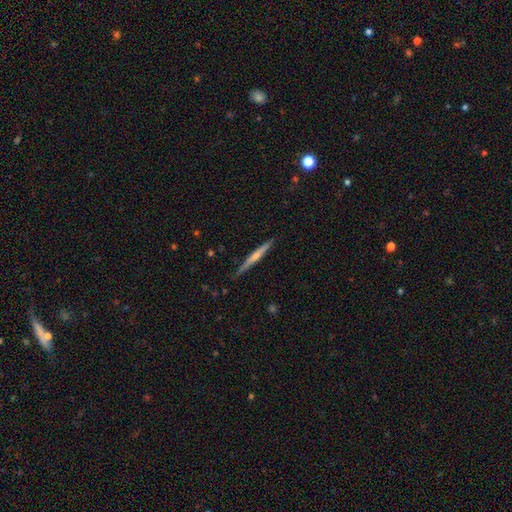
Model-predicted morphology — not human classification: The model was most divided on "edge-on bulge": rounded: 56%, none: 37%, boxy: 8%. More confident: edge-on disk — yes (97%); merging — none (88%); smooth or featured — featured or disk (57%).